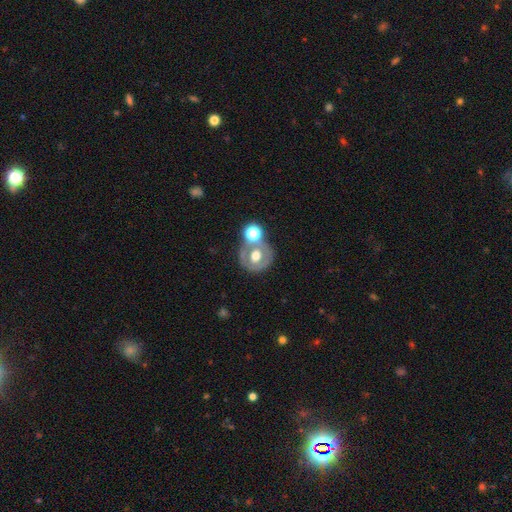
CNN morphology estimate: Smooth or featured?
  - featured or disk: 47% *
  - smooth: 43%
  - star or artifact: 11%
Merging?
  - none: 57% *
  - merger: 23%
  - minor disturbance: 13%
  - major disturbance: 7%